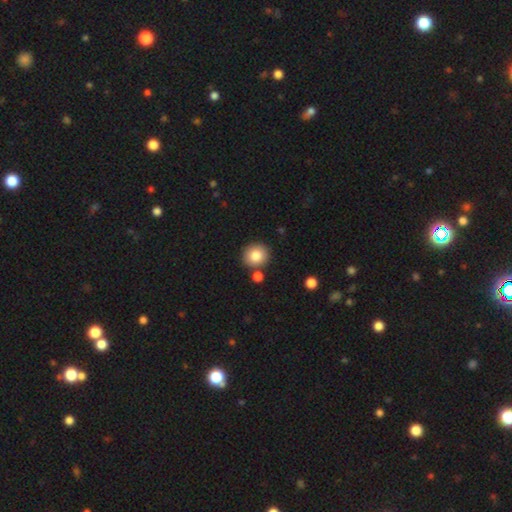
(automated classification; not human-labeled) Smooth or featured? smooth (83%)
How rounded? round (89%)
Merging? none (81%)